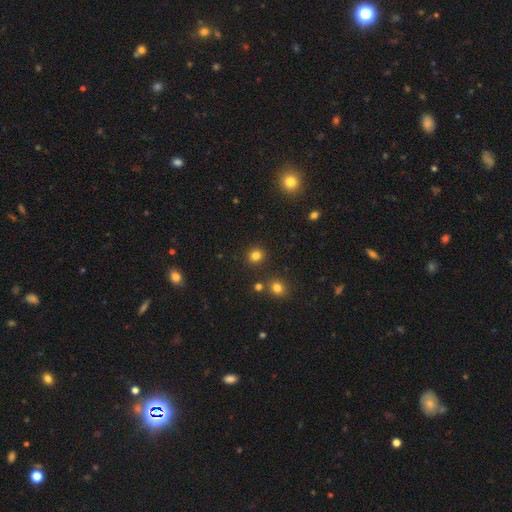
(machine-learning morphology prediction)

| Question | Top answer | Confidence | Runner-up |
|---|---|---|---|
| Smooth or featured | smooth | 81% | star or artifact (14%) |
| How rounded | round | 90% | in between (9%) |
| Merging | none | 89% | minor disturbance (5%) |